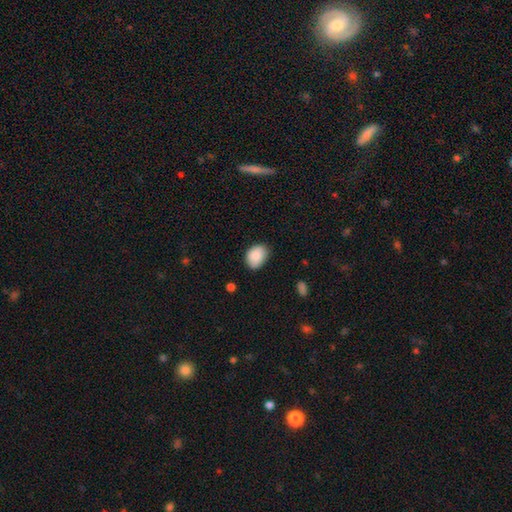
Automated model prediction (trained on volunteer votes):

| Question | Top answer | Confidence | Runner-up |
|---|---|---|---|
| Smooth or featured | smooth | 88% | star or artifact (7%) |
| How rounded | in between | 76% | round (23%) |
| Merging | none | 75% | minor disturbance (21%) |